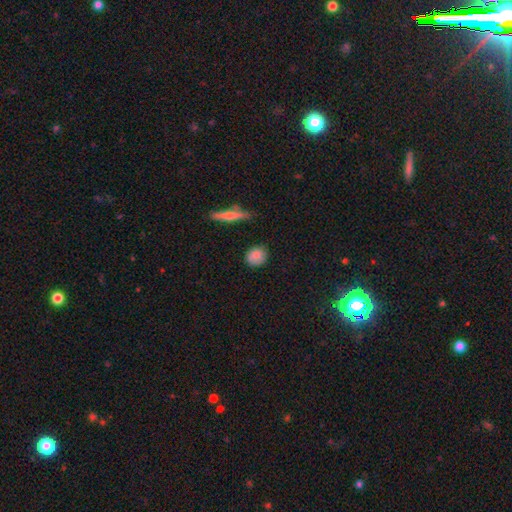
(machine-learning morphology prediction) This is clearly a smooth galaxy (84%). How rounded: likely round (71%). Merging: likely none (80%).